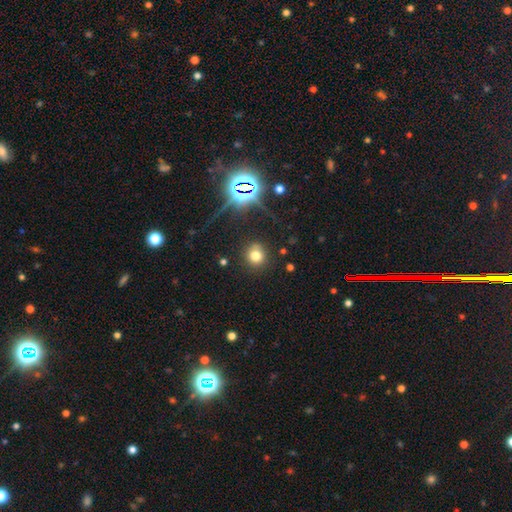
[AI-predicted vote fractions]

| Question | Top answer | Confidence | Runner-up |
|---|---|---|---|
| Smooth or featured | smooth | 72% | star or artifact (20%) |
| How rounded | round | 86% | in between (13%) |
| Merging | none | 83% | minor disturbance (10%) |